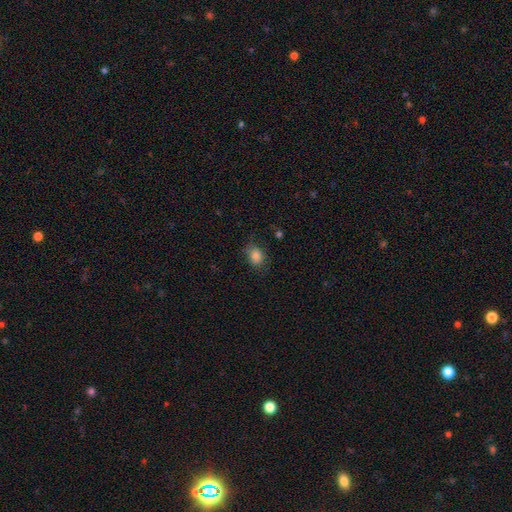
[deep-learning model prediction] Q: Smooth or featured?
A: smooth (85%); runner-up: star or artifact (9%)
Q: How rounded?
A: in between (63%); runner-up: round (36%)
Q: Merging?
A: none (70%); runner-up: minor disturbance (22%)